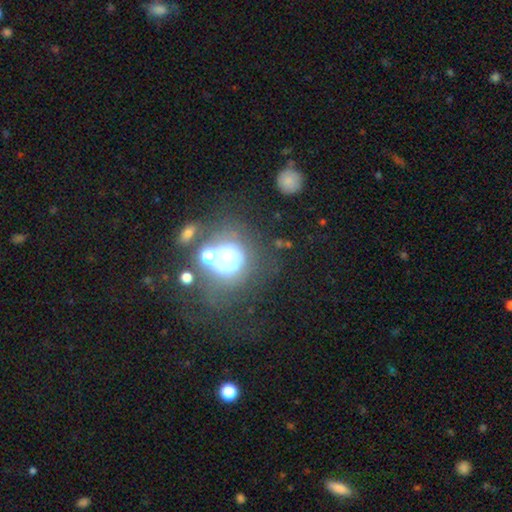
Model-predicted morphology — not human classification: This appears to be a star or artifact, not a galaxy (46%).